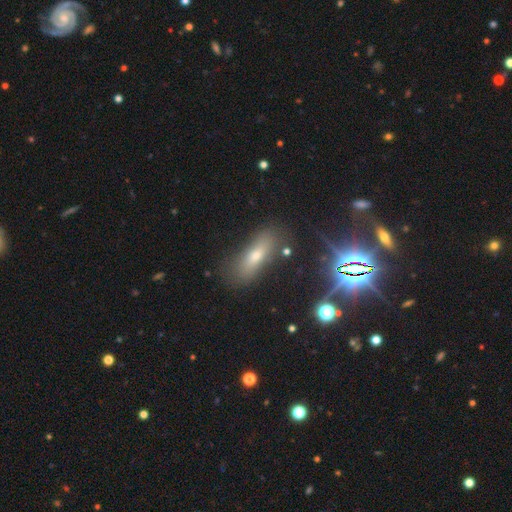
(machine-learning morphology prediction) This appears to be a smooth galaxy with no disk features (55%) that is in between round and cigar-shaped (56%). Merging: none (75%).